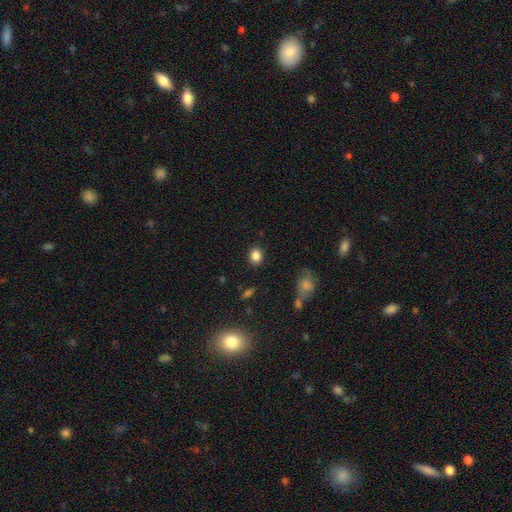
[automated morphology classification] This is clearly a smooth galaxy (84%). How rounded: possibly round (56%). Merging: clearly none (87%).